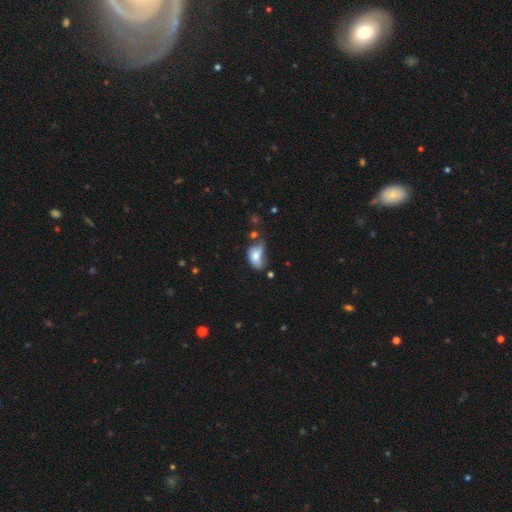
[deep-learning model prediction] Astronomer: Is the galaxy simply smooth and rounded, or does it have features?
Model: smooth — 72%.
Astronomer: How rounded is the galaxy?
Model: in between — 87%.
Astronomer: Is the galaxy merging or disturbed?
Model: minor disturbance — 34% (runner-up: major disturbance, 26%).